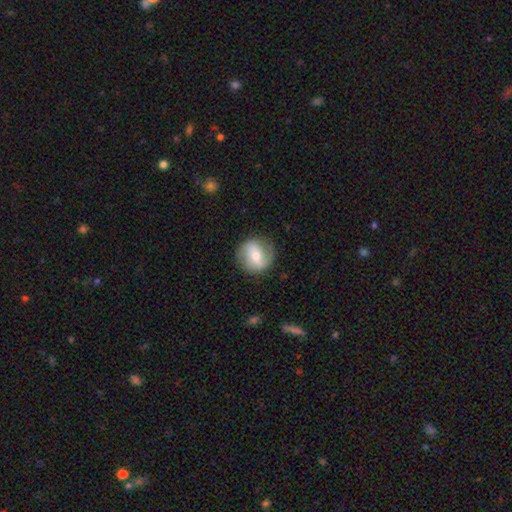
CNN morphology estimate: Overall: featured or disk (56%; smooth 37%). Edge-on disk: no (96%). Bar: weak (40%; no 33%). Spiral arms: yes (80%). Bulge size: moderate (59%; small 35%). Merging: none (84%).